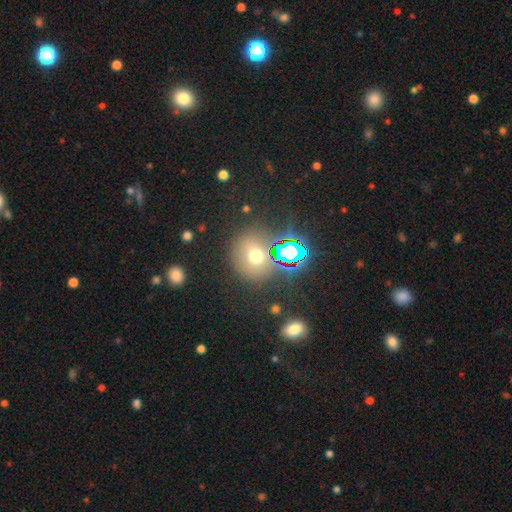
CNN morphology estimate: type=smooth (58%); roundness=round (84%); merging=none (78%).